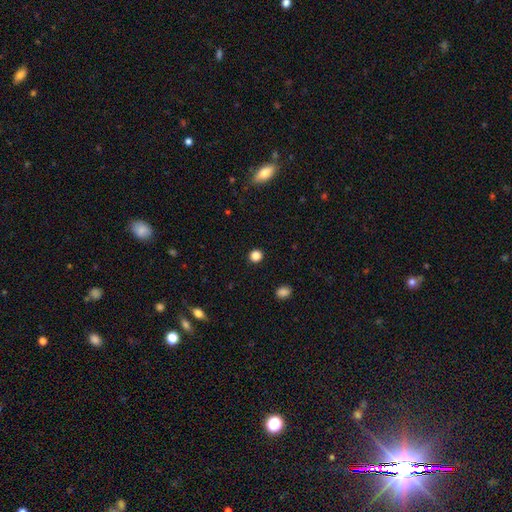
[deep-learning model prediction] Smooth or featured?
  - smooth: 85% *
  - star or artifact: 12%
  - featured or disk: 3%
How rounded?
  - round: 92% *
  - in between: 7%
  - cigar-shaped: 1%
Merging?
  - none: 93% *
  - minor disturbance: 5%
  - major disturbance: 2%
  - merger: 1%